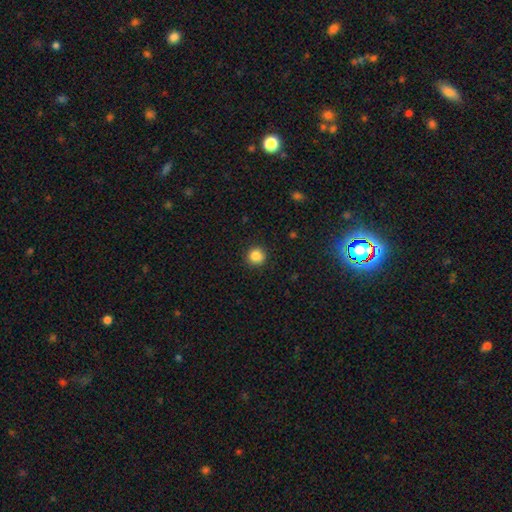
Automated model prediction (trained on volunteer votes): Smooth or featured? smooth (86%)
How rounded? round (93%)
Merging? none (91%)